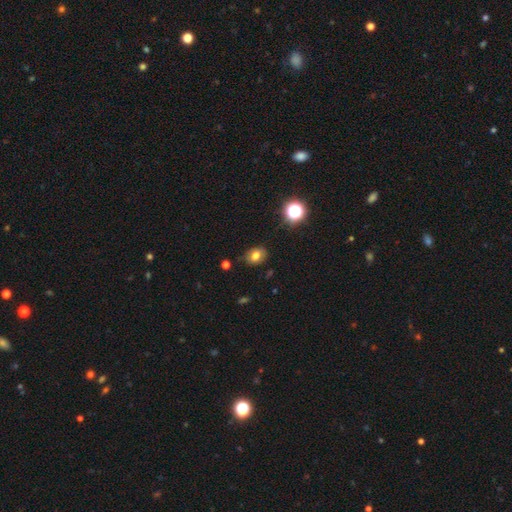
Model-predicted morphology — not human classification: smooth 75%, star or artifact 14%, featured or disk 11%. Down the decision tree: how rounded — in between (58%); merging — none (80%).